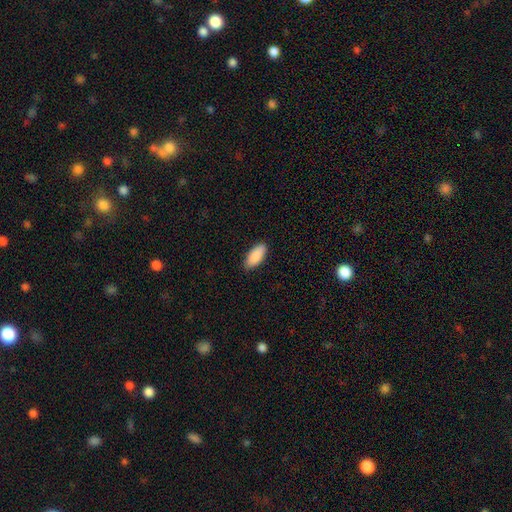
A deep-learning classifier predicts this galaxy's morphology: smooth_or_featured: smooth (p=0.90) [alt: star or artifact p=0.06]
how_rounded: in between (p=0.86) [alt: cigar-shaped p=0.12]
merging: none (p=0.86) [alt: minor disturbance p=0.11]